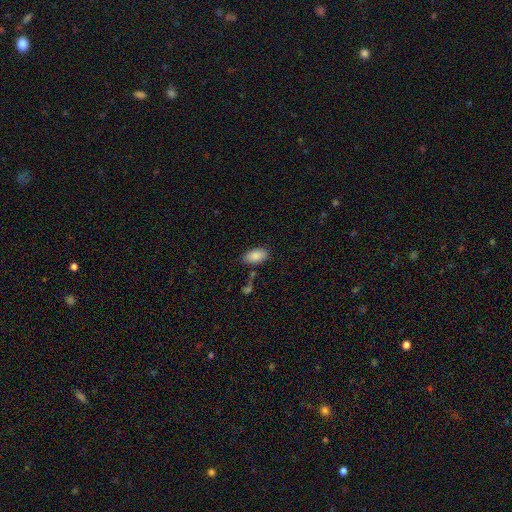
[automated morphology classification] The model was most divided on "merging": none: 79%, minor disturbance: 13%, merger: 4%, major disturbance: 3%. More confident: how rounded — in between (94%); smooth or featured — smooth (87%).